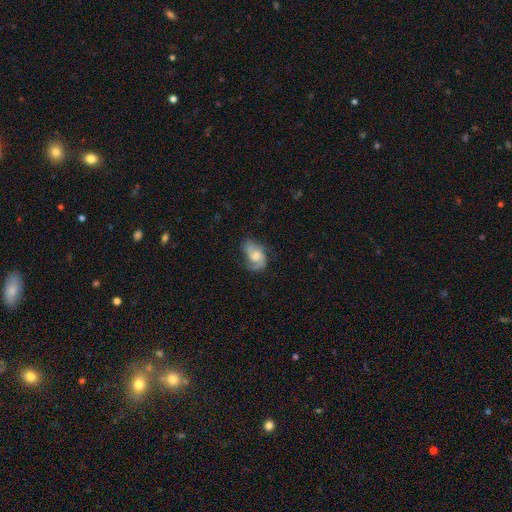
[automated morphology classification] A featured or disk galaxy (59%) with no bar (67%), spiral arms (86%) and a moderate central bulge (49%). Merging: none (54%).